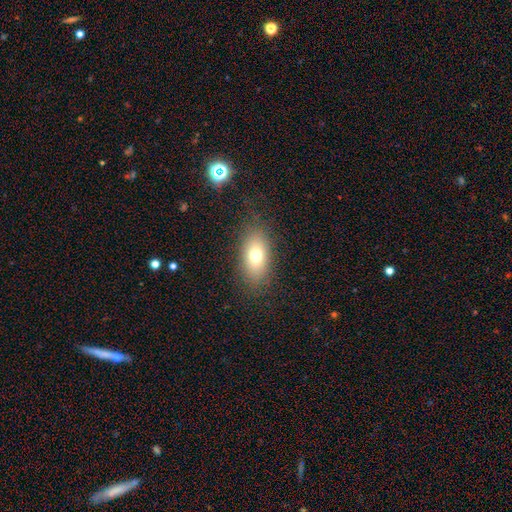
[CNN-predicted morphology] Overall: smooth (72%). How rounded: in between (85%). Merging: none (82%).